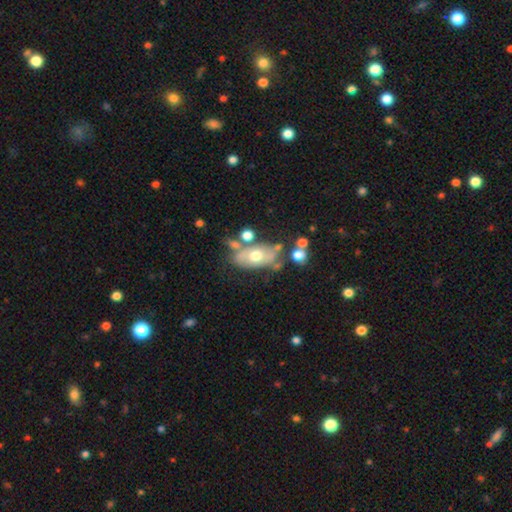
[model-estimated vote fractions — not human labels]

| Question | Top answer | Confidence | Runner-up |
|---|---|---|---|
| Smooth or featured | featured or disk | 46% | smooth (45%) |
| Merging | none | 51% | minor disturbance (21%) |